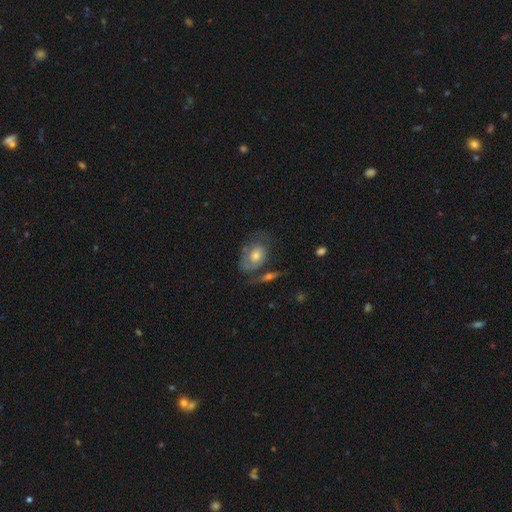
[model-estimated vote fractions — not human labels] This is possibly a featured or disk galaxy (48%). Merging: possibly none (52%).